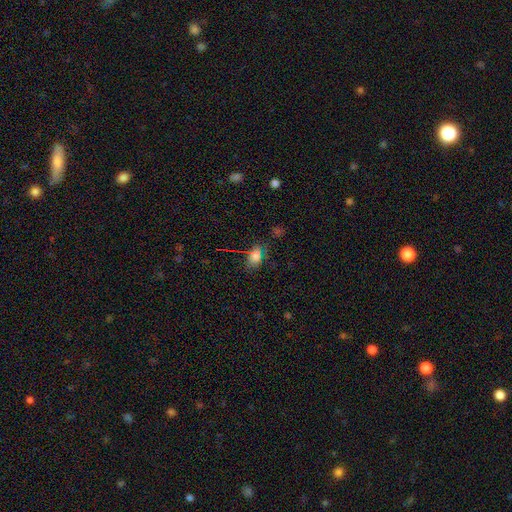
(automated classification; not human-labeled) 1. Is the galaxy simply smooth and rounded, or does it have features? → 68% smooth, 24% star or artifact, 8% featured or disk.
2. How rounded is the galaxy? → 81% in between, 15% round, 4% cigar-shaped.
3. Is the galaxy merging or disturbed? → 72% none, 18% minor disturbance, 7% major disturbance, 3% merger.